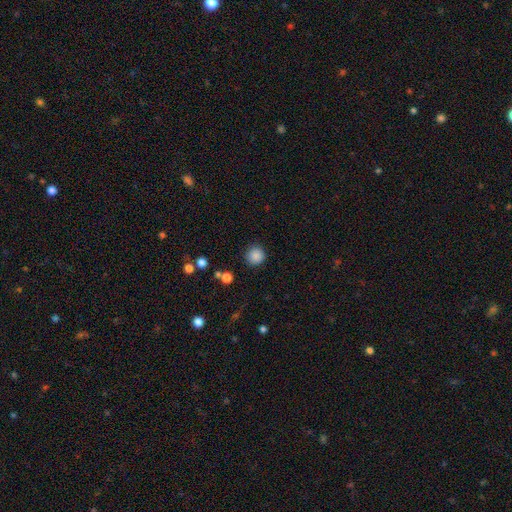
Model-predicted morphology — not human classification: Smooth or featured? smooth (86%)
How rounded? round (95%)
Merging? none (89%)